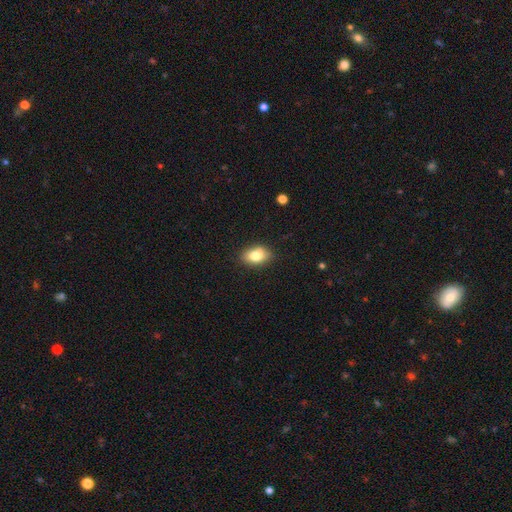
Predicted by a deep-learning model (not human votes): smooth_or_featured: smooth (p=0.81) [alt: featured or disk p=0.11]
how_rounded: in between (p=0.86) [alt: round p=0.12]
merging: none (p=0.84) [alt: minor disturbance p=0.12]